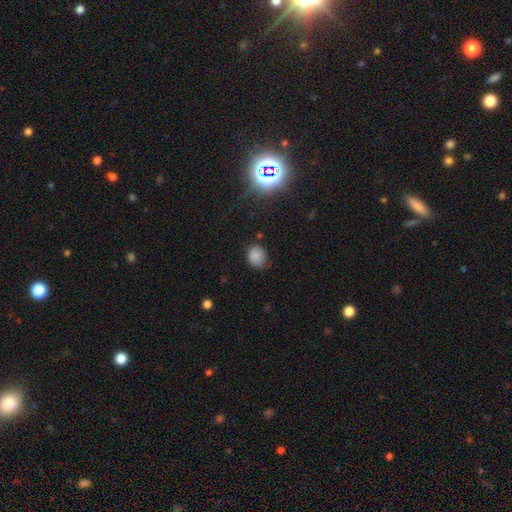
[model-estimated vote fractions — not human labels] Morphology: type=smooth (82%); roundness=round (71%); merging=none (77%).